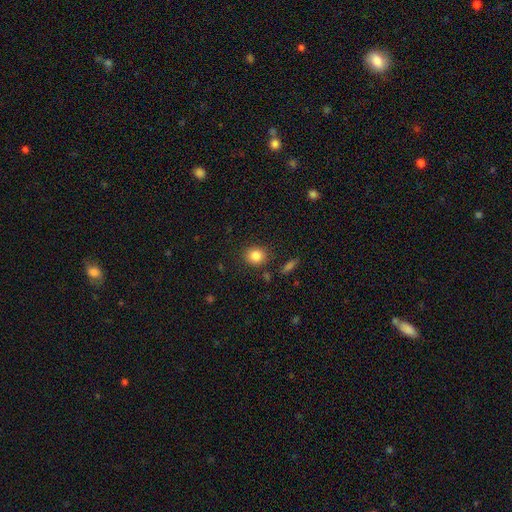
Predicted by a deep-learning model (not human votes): Smooth or featured? Predicted: smooth (p=0.84). How rounded? Predicted: round (p=0.75). Merging? Predicted: none (p=0.85).